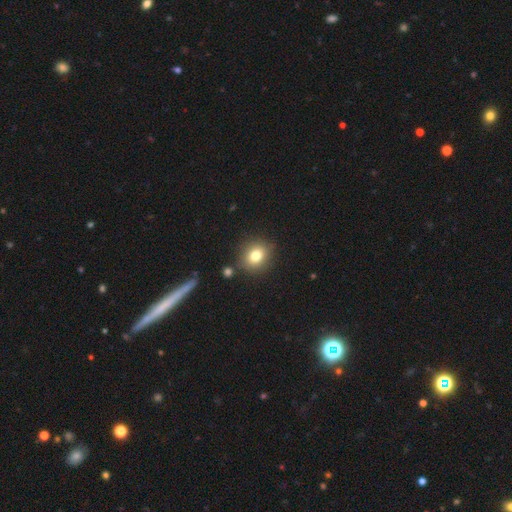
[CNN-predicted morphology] Q: Smooth or featured?
A: smooth (79%); runner-up: star or artifact (12%)
Q: How rounded?
A: round (72%); runner-up: in between (27%)
Q: Merging?
A: none (84%); runner-up: minor disturbance (9%)